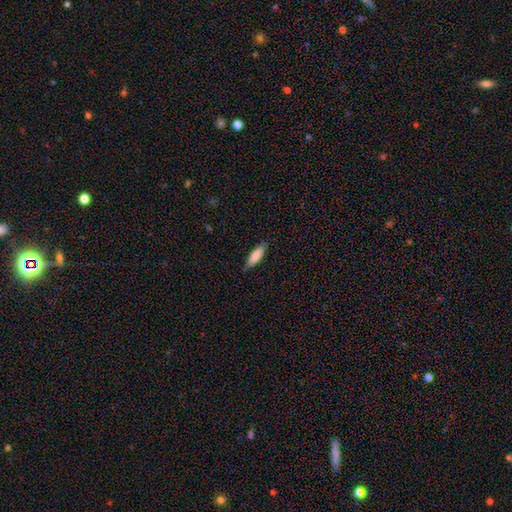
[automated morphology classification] type=smooth (83%); roundness=cigar-shaped (58%); merging=none (84%).